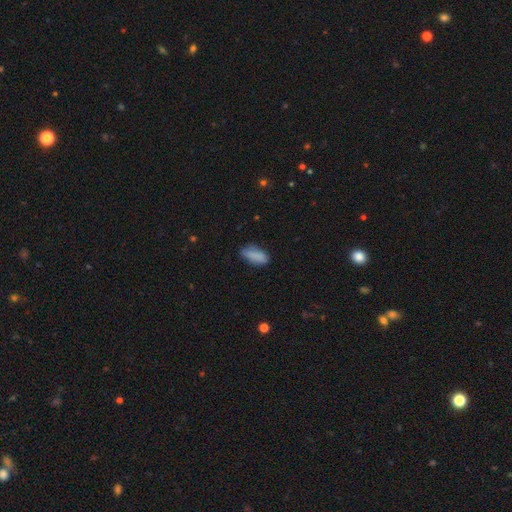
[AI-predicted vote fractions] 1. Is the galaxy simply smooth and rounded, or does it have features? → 85% smooth, 7% star or artifact, 7% featured or disk.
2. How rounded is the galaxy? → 79% in between, 19% cigar-shaped, 3% round.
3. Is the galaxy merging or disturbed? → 73% none, 20% minor disturbance, 4% major disturbance, 2% merger.